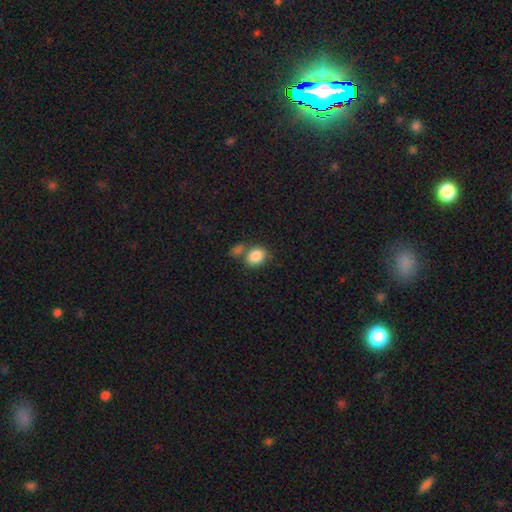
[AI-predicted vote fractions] Smooth or featured? Predicted: smooth (p=0.86). How rounded? Predicted: in between (p=0.57). Merging? Predicted: none (p=0.52).